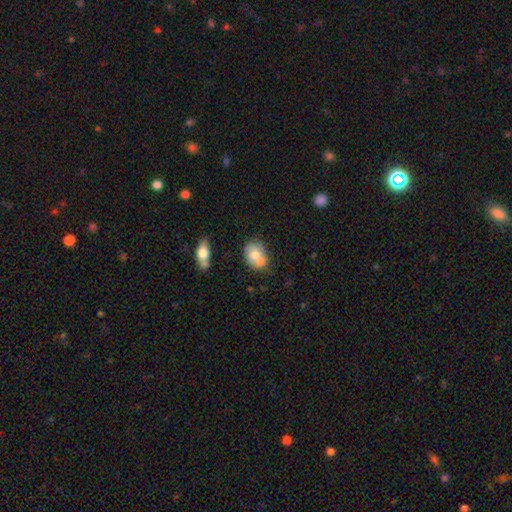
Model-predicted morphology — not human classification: Smooth or featured?
  - smooth: 69% *
  - featured or disk: 23%
  - star or artifact: 8%
How rounded?
  - in between: 65% *
  - round: 34%
  - cigar-shaped: 1%
Merging?
  - none: 44% *
  - merger: 28%
  - minor disturbance: 21%
  - major disturbance: 6%